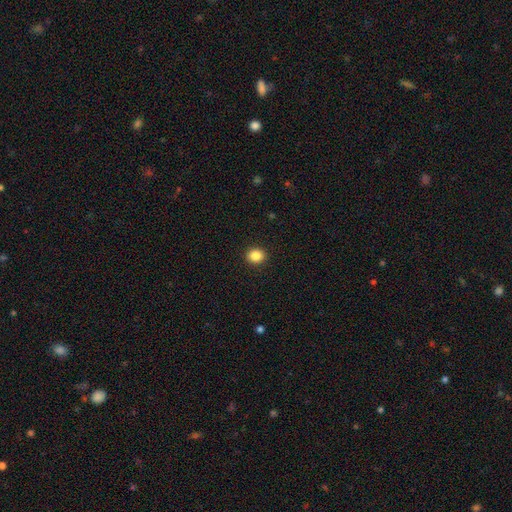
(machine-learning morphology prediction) Smooth or featured? smooth (86%)
How rounded? round (70%)
Merging? none (92%)